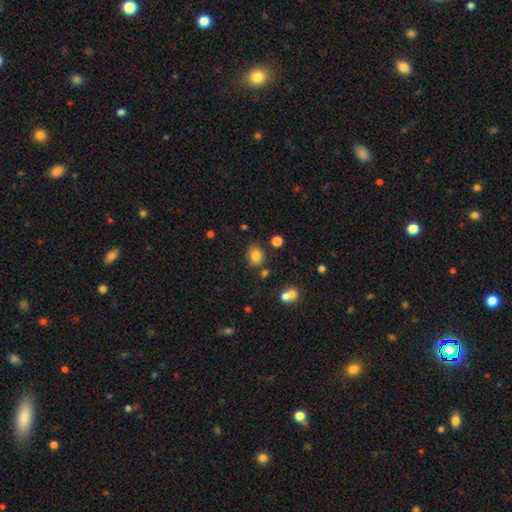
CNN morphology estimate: smooth 82%, star or artifact 12%, featured or disk 7%. Down the decision tree: how rounded — round (55%); merging — none (79%).